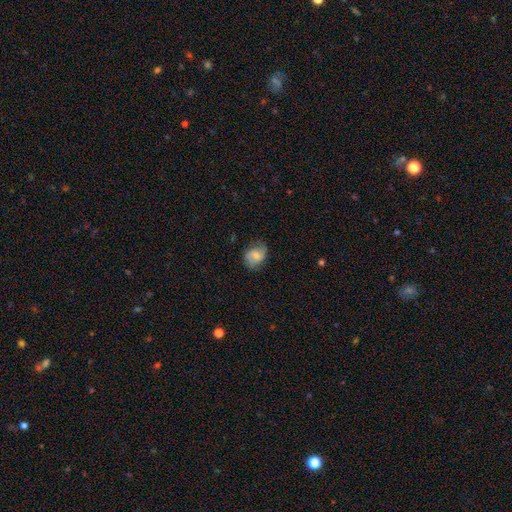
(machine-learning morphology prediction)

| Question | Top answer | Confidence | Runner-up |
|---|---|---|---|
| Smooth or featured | smooth | 52% | featured or disk (40%) |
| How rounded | in between | 56% | round (43%) |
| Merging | none | 67% | minor disturbance (24%) |